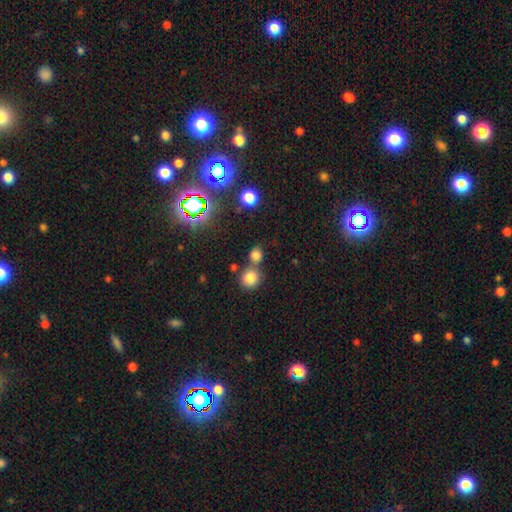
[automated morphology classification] type=smooth (75%); roundness=round (78%); merging=none (59%).